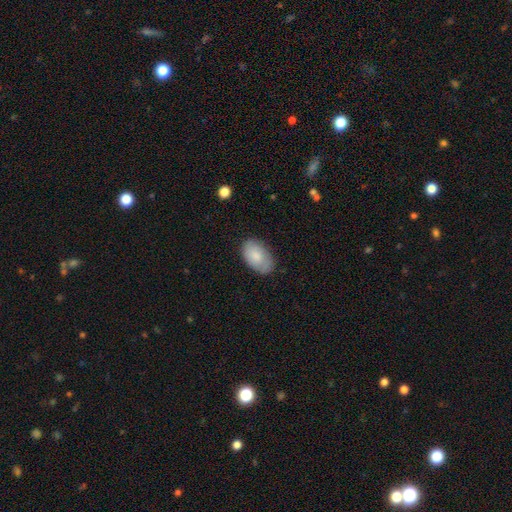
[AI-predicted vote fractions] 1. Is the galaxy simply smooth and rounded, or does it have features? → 81% smooth, 13% featured or disk, 6% star or artifact.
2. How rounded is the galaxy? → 94% in between, 5% round, 1% cigar-shaped.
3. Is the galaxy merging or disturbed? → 80% none, 16% minor disturbance, 3% major disturbance, 1% merger.